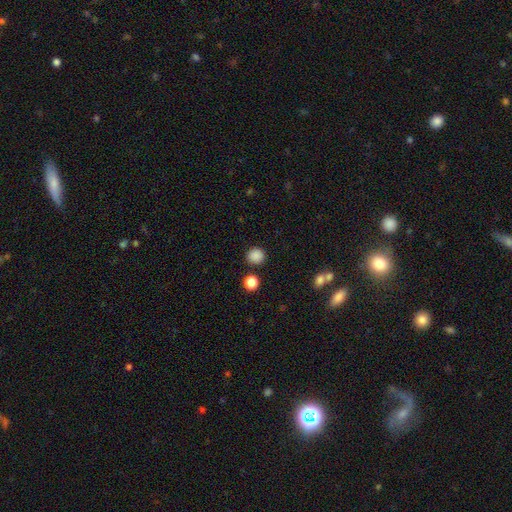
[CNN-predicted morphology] A smooth galaxy with no disk features (86%) that is round (89%). Merging: none (86%).